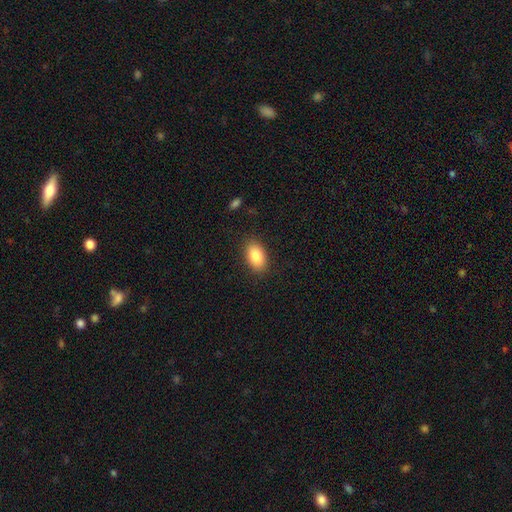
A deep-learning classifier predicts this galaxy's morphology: This is clearly a smooth galaxy (85%). How rounded: clearly in between (92%). Merging: clearly none (86%).